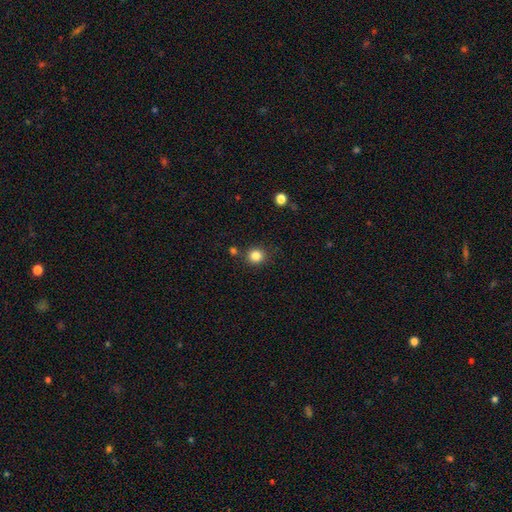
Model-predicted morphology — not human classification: smooth_or_featured: smooth (p=0.84) [alt: star or artifact p=0.11]
how_rounded: round (p=0.88) [alt: in between p=0.11]
merging: none (p=0.83) [alt: minor disturbance p=0.09]